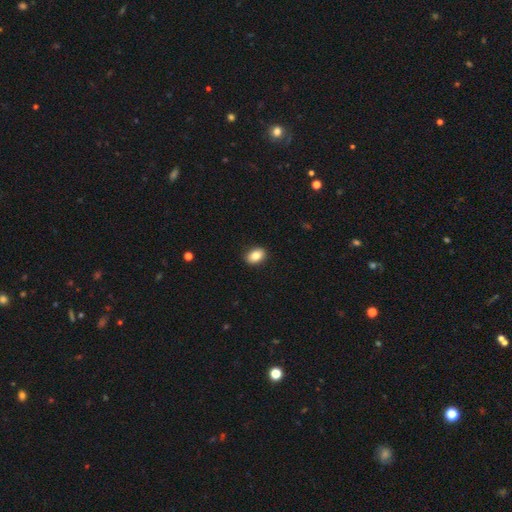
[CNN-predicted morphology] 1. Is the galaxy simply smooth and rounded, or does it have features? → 84% smooth, 8% star or artifact, 8% featured or disk.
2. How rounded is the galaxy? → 79% in between, 20% round, 1% cigar-shaped.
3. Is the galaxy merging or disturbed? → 91% none, 7% minor disturbance, 2% major disturbance, 1% merger.